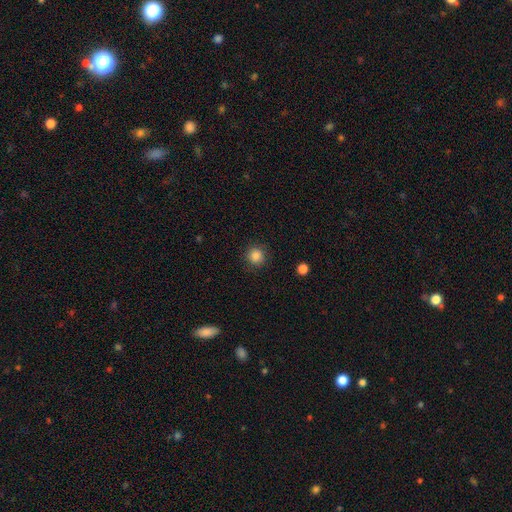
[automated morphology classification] type=smooth (86%); roundness=round (94%); merging=none (90%).